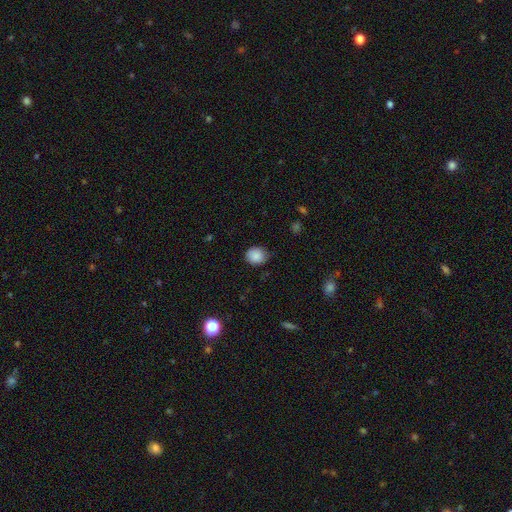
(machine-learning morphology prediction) Q: Smooth or featured?
A: smooth (87%); runner-up: star or artifact (9%)
Q: How rounded?
A: round (71%); runner-up: in between (28%)
Q: Merging?
A: none (71%); runner-up: minor disturbance (24%)